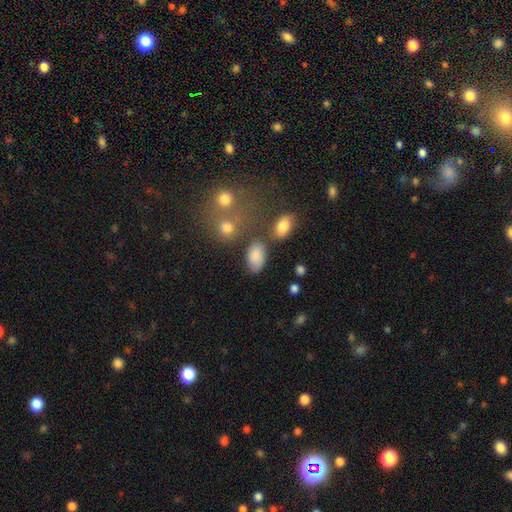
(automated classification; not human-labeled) Smooth or featured: smooth — 83% (featured or disk — 9%)
How rounded: in between — 92% (round — 7%)
Merging: none — 67% (minor disturbance — 19%)